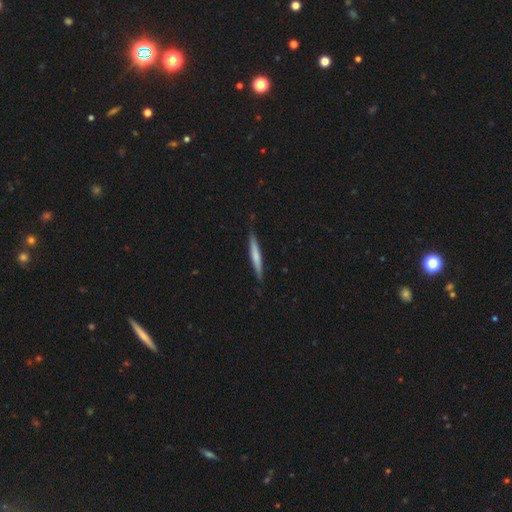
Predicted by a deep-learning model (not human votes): The model was most divided on "smooth or featured": smooth: 59%, featured or disk: 36%, star or artifact: 5%. More confident: how rounded — cigar-shaped (96%); merging — none (85%).